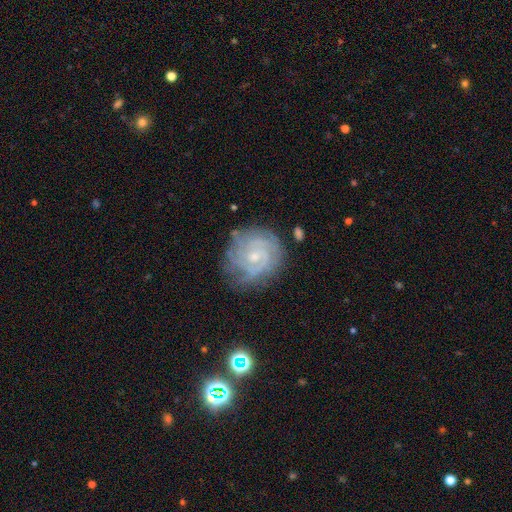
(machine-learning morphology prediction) This is clearly a featured or disk galaxy (84%). It is clearly not viewed edge-on (98%). Bar: likely no (62%). Spiral arm pattern: clearly yes (96%). Spiral arm count: marginally can't tell (33%). Spiral winding: likely tight (75%). Central bulge: likely small (64%). Merging: likely none (74%).